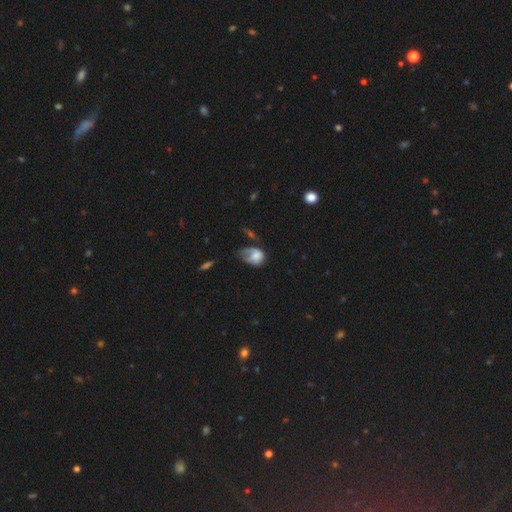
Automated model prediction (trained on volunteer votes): Morphology: type=smooth (62%); roundness=in between (68%); merging=major disturbance (41%).